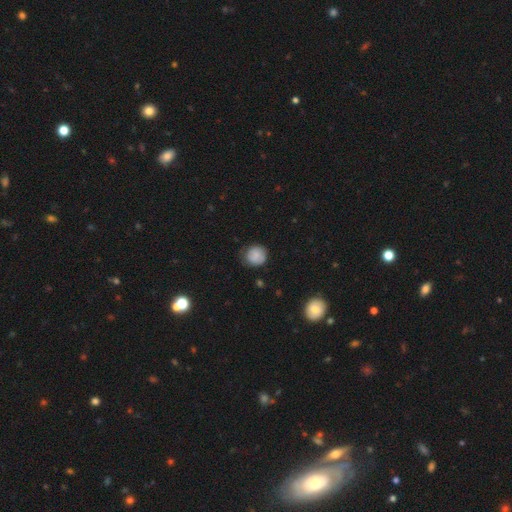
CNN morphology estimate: Smooth or featured? Predicted: smooth (p=0.78). How rounded? Predicted: round (p=0.87). Merging? Predicted: none (p=0.71).